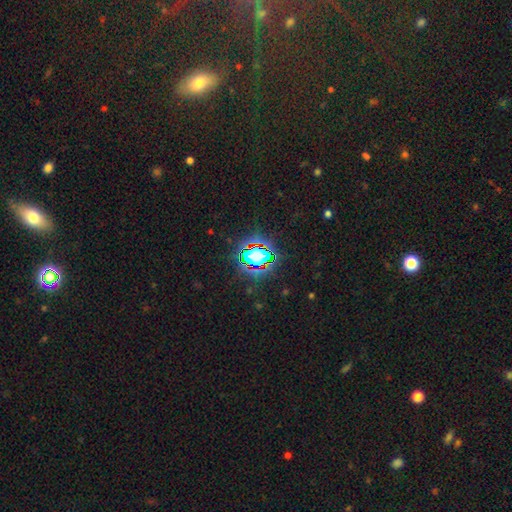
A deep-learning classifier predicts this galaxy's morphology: Q: Smooth or featured?
A: star or artifact (71%); runner-up: smooth (18%)